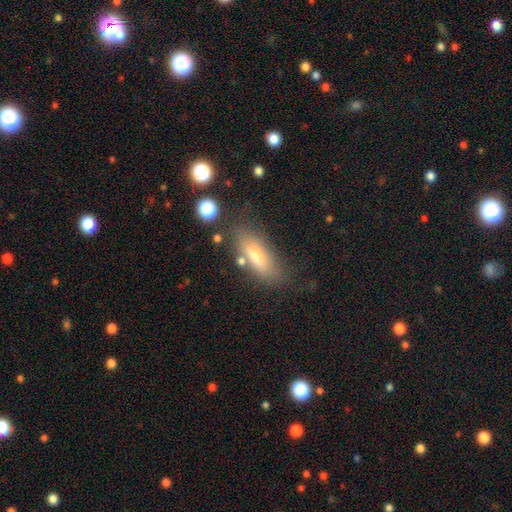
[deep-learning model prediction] smooth_or_featured: smooth (p=0.68) [alt: featured or disk p=0.23]
how_rounded: in between (p=0.63) [alt: cigar-shaped p=0.34]
merging: none (p=0.71) [alt: minor disturbance p=0.16]